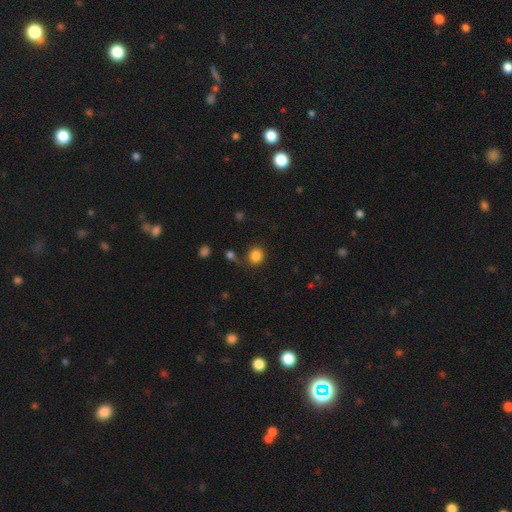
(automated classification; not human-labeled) smooth 85%, star or artifact 11%, featured or disk 5%. Down the decision tree: how rounded — round (84%); merging — none (81%).